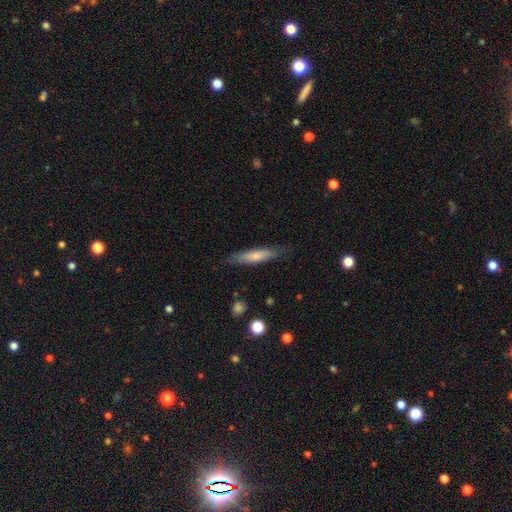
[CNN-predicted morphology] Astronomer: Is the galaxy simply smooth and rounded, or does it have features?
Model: smooth — 69%.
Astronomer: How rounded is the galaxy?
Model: cigar-shaped — 82%.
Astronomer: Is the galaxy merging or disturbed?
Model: none — 80%.